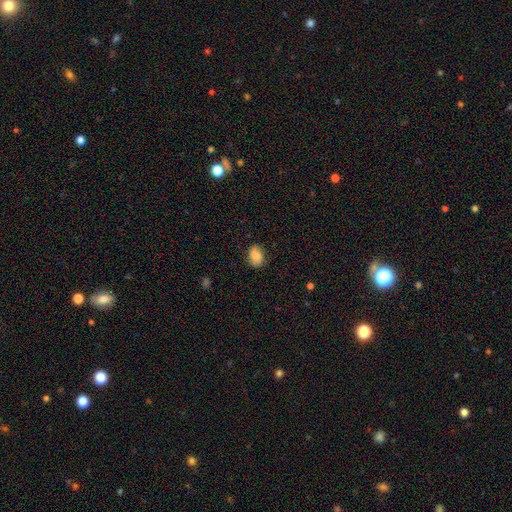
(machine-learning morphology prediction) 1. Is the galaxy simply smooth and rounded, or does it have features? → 83% smooth, 9% featured or disk, 8% star or artifact.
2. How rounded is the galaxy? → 75% in between, 23% round, 1% cigar-shaped.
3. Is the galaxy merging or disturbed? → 78% none, 17% minor disturbance, 4% major disturbance, 1% merger.